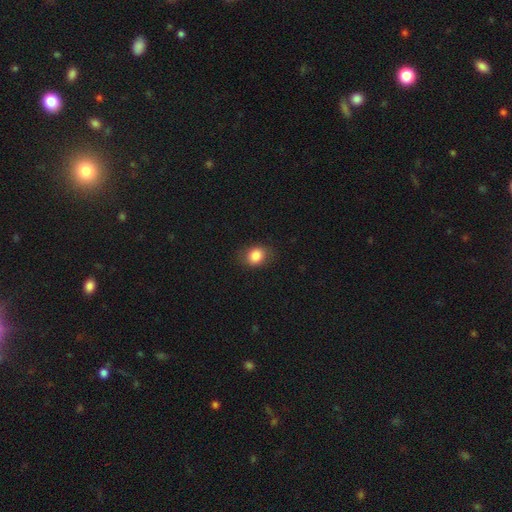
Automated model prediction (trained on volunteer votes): A smooth galaxy with no disk features (85%) that is in between round and cigar-shaped (53%). Merging: none (80%).